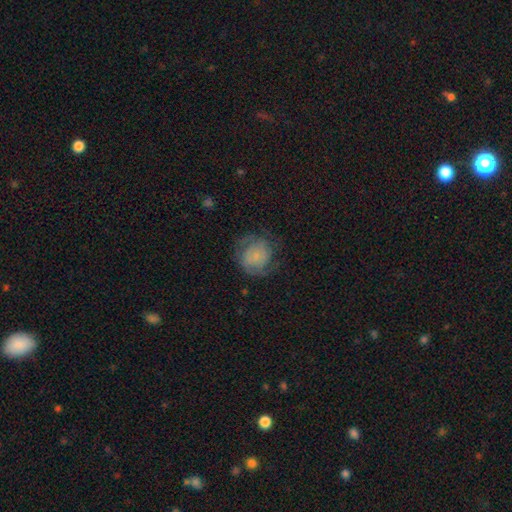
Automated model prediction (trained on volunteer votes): A smooth galaxy with no disk features (54%) that is round (84%).

Vote fractions:
- Smooth or featured? smooth: 54% / featured or disk: 37% / star or artifact: 9%
- How rounded? round: 84% / in between: 15% / cigar-shaped: 1%
- Merging? none: 61% / minor disturbance: 21% / major disturbance: 16% / merger: 1%